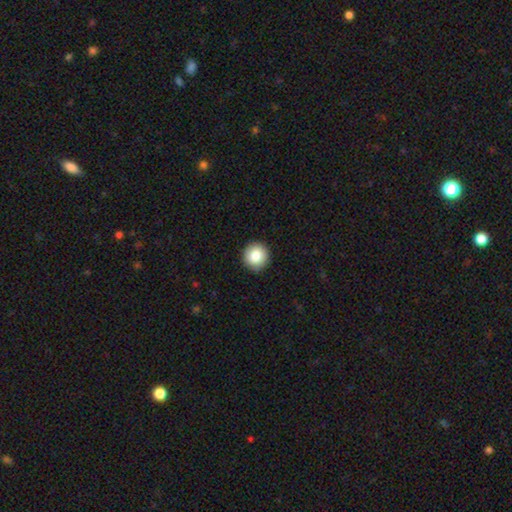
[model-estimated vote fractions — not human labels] Smooth or featured? Predicted: smooth (p=0.84). How rounded? Predicted: round (p=0.93). Merging? Predicted: none (p=0.91).